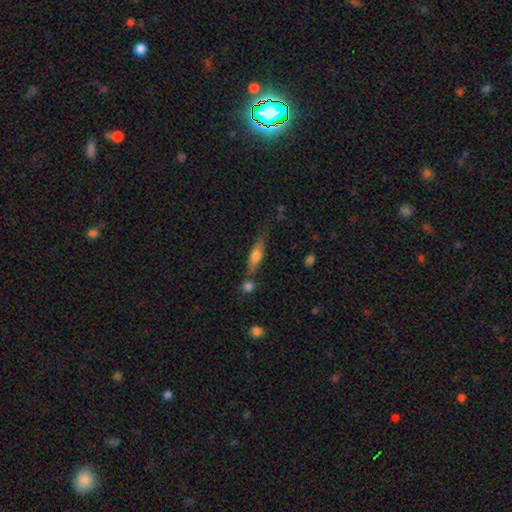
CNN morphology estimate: type=smooth (63%); roundness=cigar-shaped (57%); merging=none (58%).